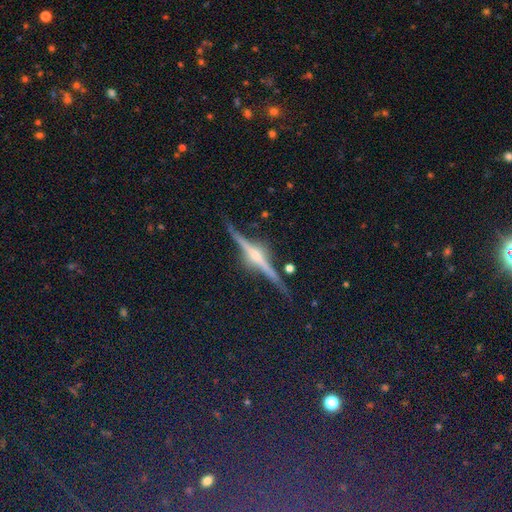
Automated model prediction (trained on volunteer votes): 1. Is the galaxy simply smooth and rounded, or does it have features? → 78% featured or disk, 14% star or artifact, 8% smooth.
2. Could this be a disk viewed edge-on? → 97% yes, 3% no.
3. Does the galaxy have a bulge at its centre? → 86% rounded, 9% boxy, 5% none.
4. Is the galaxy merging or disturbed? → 86% none, 9% minor disturbance, 2% major disturbance, 2% merger.